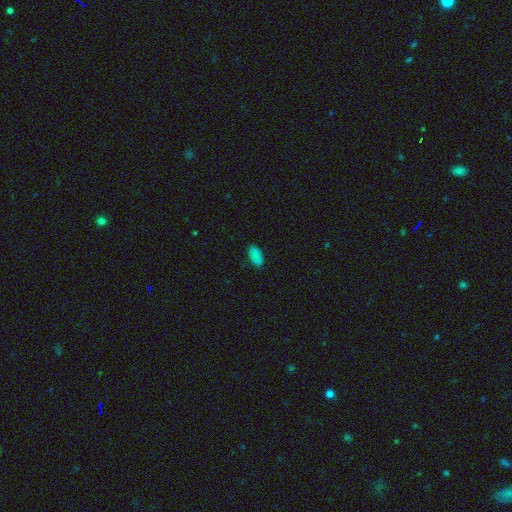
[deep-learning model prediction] Smooth or featured? smooth (85%)
How rounded? in between (92%)
Merging? none (85%)